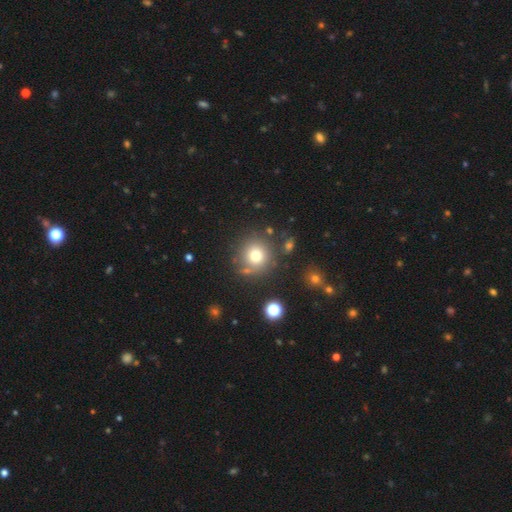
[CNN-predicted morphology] Q: Smooth or featured?
A: smooth (74%); runner-up: star or artifact (14%)
Q: How rounded?
A: round (91%); runner-up: in between (8%)
Q: Merging?
A: none (77%); runner-up: minor disturbance (11%)